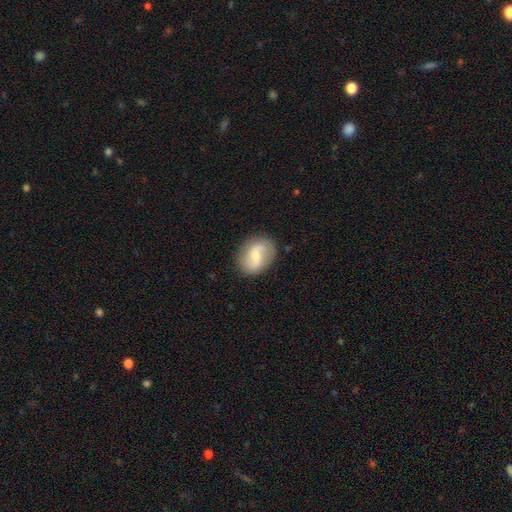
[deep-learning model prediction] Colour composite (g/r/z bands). It shows a featured or disk galaxy (60%) with a weak bar (51%), spiral arms (81%) and a moderate central bulge (50%). Merging: none (81%).